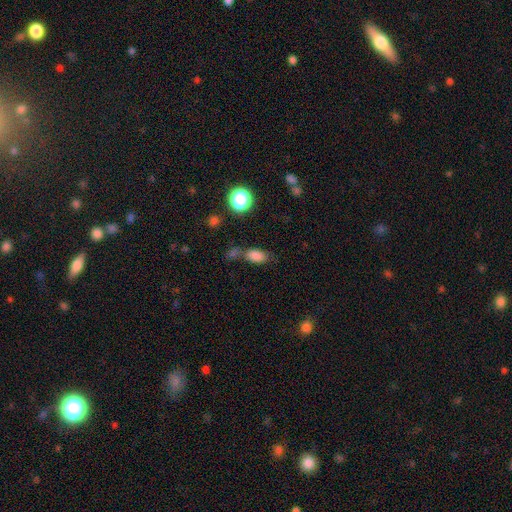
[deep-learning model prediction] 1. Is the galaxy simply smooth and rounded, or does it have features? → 80% smooth, 13% star or artifact, 6% featured or disk.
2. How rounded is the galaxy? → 85% in between, 10% round, 5% cigar-shaped.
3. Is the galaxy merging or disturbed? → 56% none, 21% merger, 16% minor disturbance, 6% major disturbance.